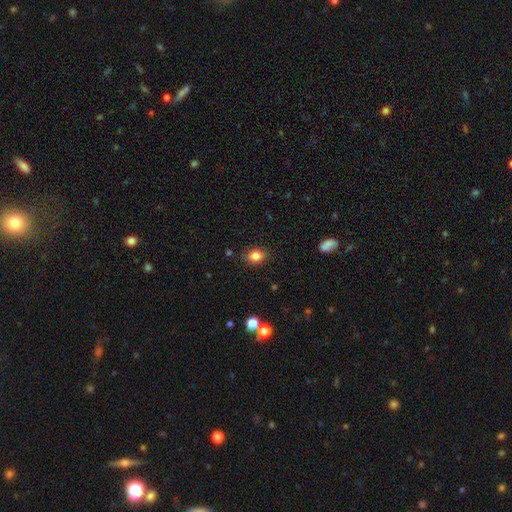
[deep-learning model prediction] Smooth or featured: smooth — 83% (star or artifact — 11%)
How rounded: in between — 60% (round — 39%)
Merging: none — 84% (minor disturbance — 12%)